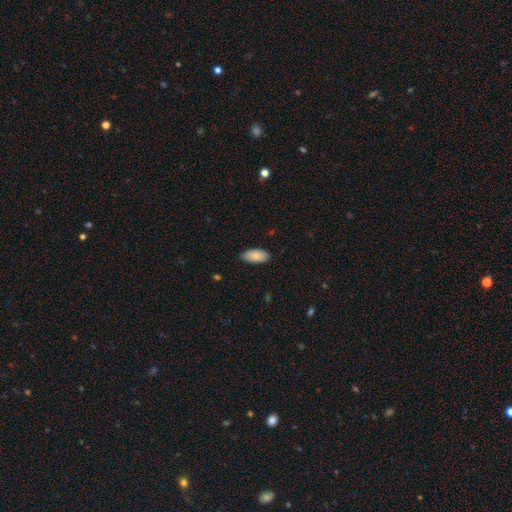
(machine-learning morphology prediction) Smooth or featured? smooth (86%)
How rounded? in between (95%)
Merging? none (84%)